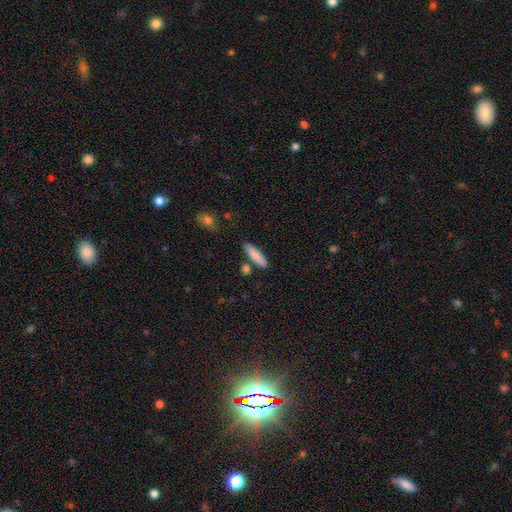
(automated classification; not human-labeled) Overall: smooth (85%). How rounded: cigar-shaped (67%; in between 31%). Merging: none (81%).